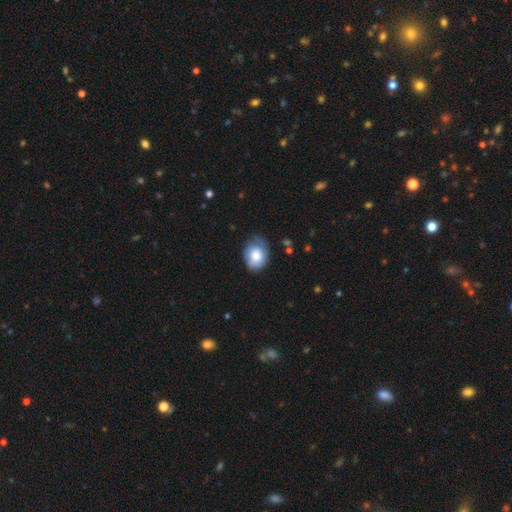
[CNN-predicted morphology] smooth 74%, featured or disk 19%, star or artifact 7%. Down the decision tree: how rounded — in between (51%); merging — none (55%).